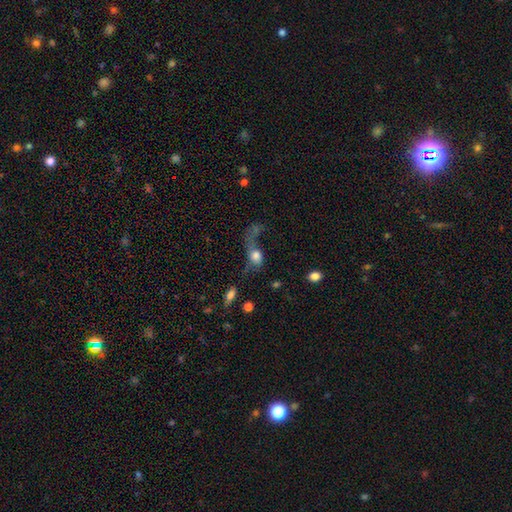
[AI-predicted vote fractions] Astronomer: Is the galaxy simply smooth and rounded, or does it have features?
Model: smooth — 64%.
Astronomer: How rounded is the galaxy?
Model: in between — 54% (runner-up: round, 42%).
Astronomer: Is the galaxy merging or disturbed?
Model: major disturbance — 52%.